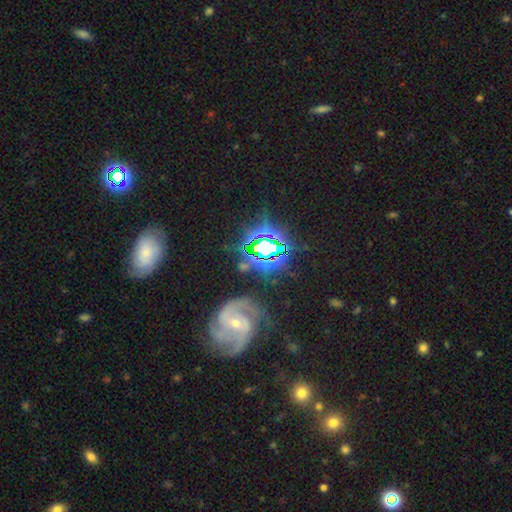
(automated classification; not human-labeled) smooth-or-featured: featured or disk: 45% | star or artifact: 39% | smooth: 16%
  merging: none: 74% | minor disturbance: 13% | major disturbance: 7% | merger: 5%